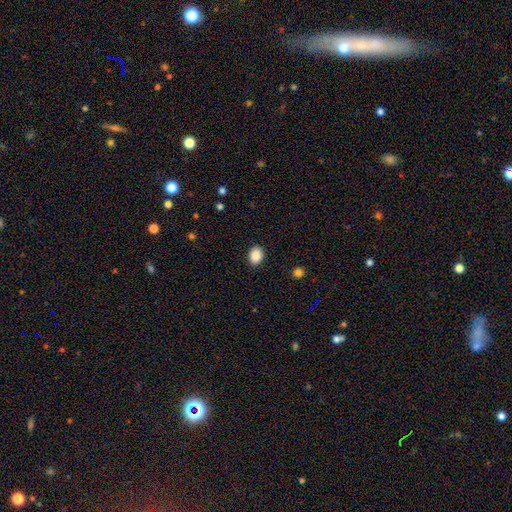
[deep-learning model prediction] smooth-or-featured: smooth: 89% | star or artifact: 8% | featured or disk: 3%
  how-rounded: in between: 56% | round: 43% | cigar-shaped: 1%
  merging: none: 90% | minor disturbance: 7% | major disturbance: 2% | merger: 1%